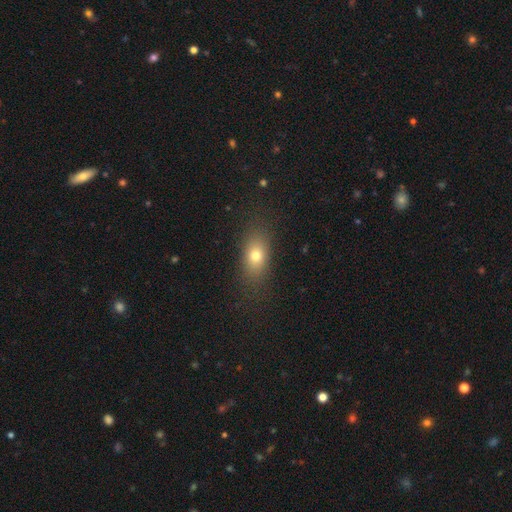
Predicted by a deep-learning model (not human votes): A smooth galaxy with no disk features (73%) that is in between round and cigar-shaped (75%). Merging: none (82%).